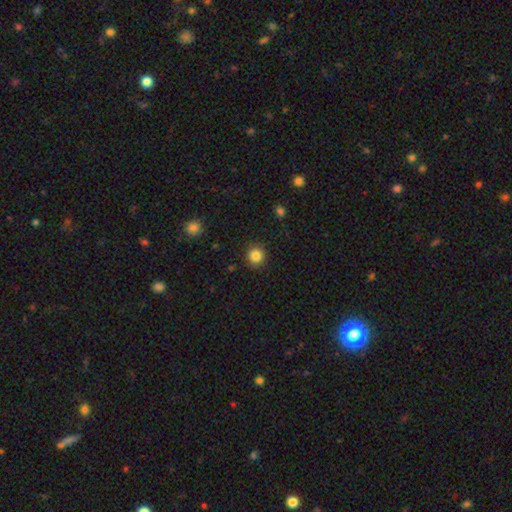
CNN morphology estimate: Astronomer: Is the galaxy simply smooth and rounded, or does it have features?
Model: smooth — 85%.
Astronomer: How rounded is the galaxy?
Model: round — 93%.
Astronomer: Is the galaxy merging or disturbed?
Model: none — 90%.